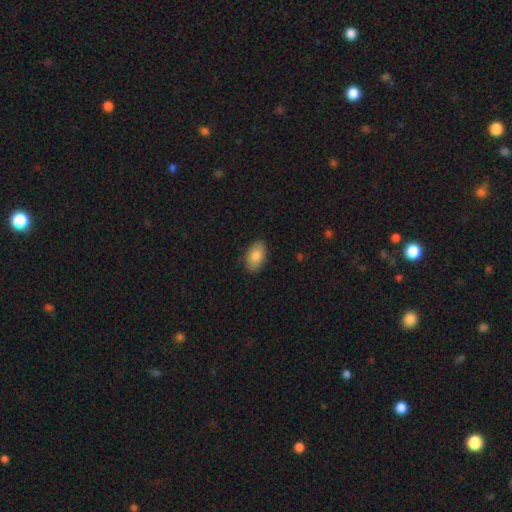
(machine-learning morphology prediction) Smooth or featured: smooth — 83% (featured or disk — 10%)
How rounded: in between — 91% (round — 7%)
Merging: none — 83% (minor disturbance — 14%)